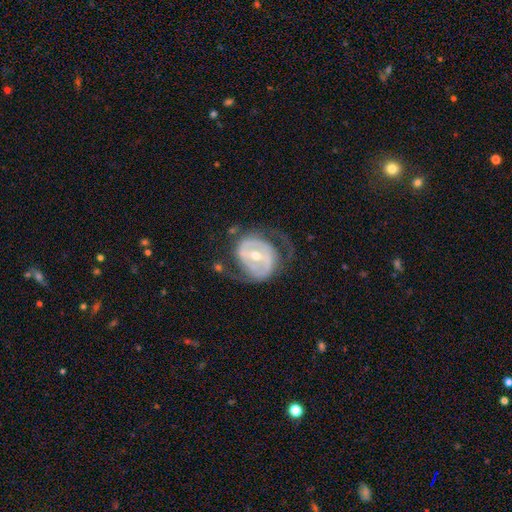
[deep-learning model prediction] Morphology: type=featured or disk (85%); edge-on=no (96%); bar=strong (40%); spiral arms=yes (81%); winding=medium (42%); arm count=2 (79%); bulge=moderate (52%); merging=none (59%).